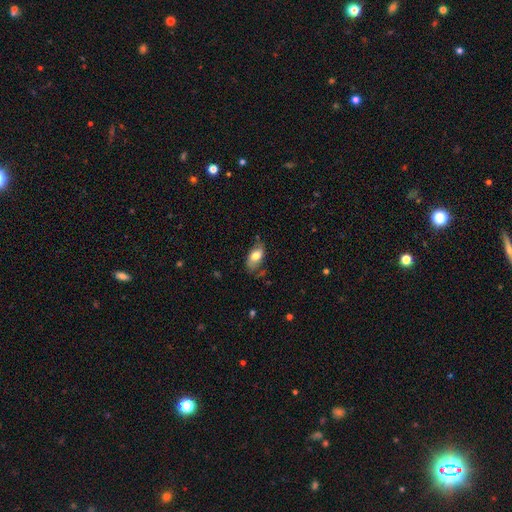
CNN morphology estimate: The model was most divided on "merging": none: 63%, minor disturbance: 26%, major disturbance: 8%, merger: 3%. More confident: how rounded — in between (91%); smooth or featured — smooth (73%).